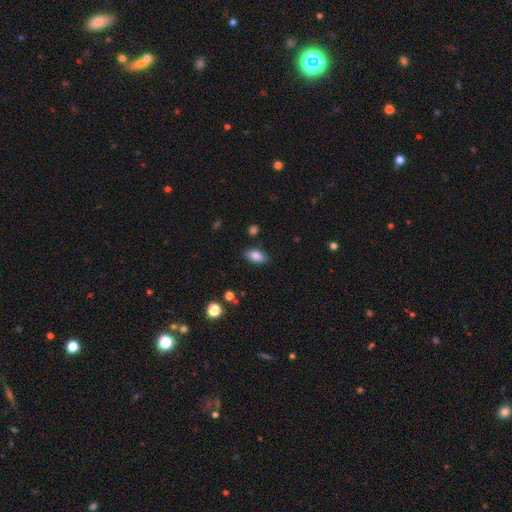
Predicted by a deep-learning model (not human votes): A smooth galaxy with no disk features (85%) that is in between round and cigar-shaped (89%). Merging: none (84%).